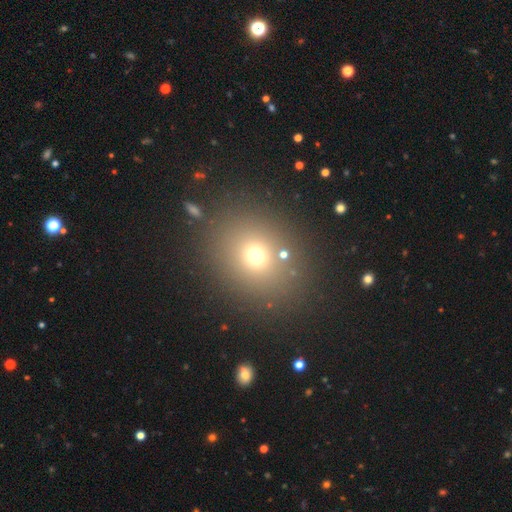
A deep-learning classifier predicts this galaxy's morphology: A smooth galaxy with no disk features (68%) that is round (67%).

Vote fractions:
- Smooth or featured? smooth: 68% / star or artifact: 21% / featured or disk: 11%
- How rounded? round: 67% / in between: 32% / cigar-shaped: 1%
- Merging? none: 83% / minor disturbance: 8% / merger: 5% / major disturbance: 4%